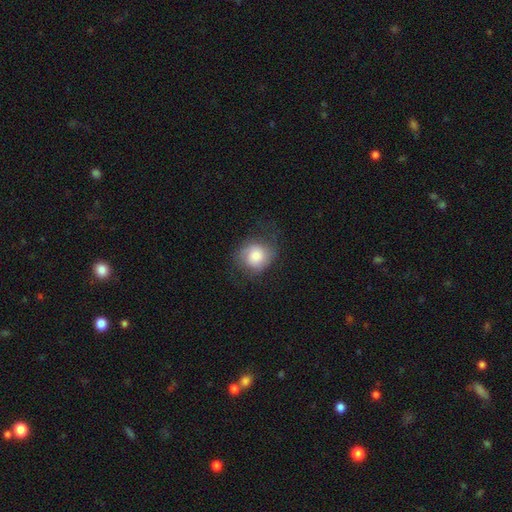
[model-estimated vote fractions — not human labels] smooth 68%, featured or disk 24%, star or artifact 8%. Down the decision tree: how rounded — round (74%); merging — none (60%).